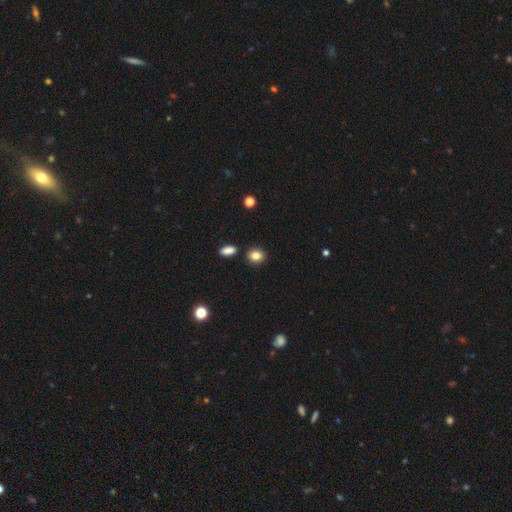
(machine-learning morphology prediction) A smooth galaxy with no disk features (84%) that is round (60%). Merging: none (85%).